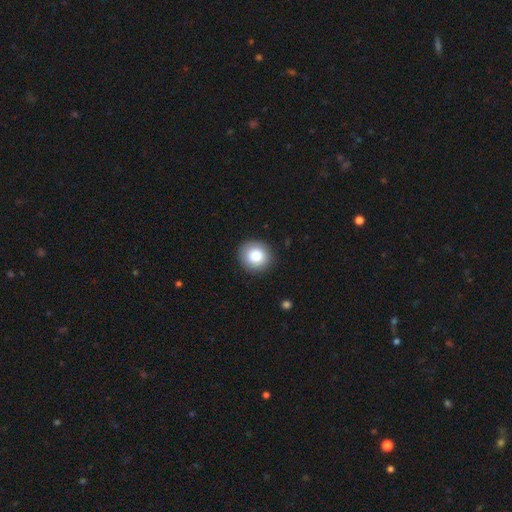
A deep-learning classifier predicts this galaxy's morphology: smooth 83%, star or artifact 9%, featured or disk 8%. Down the decision tree: how rounded — round (87%); merging — none (89%).